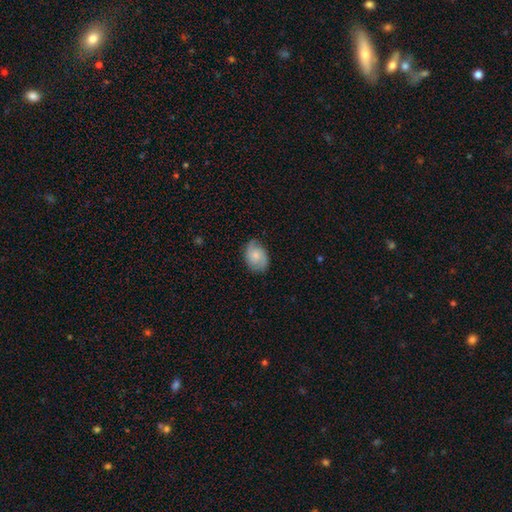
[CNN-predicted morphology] A smooth galaxy with no disk features (50%). Merging: none (72%).